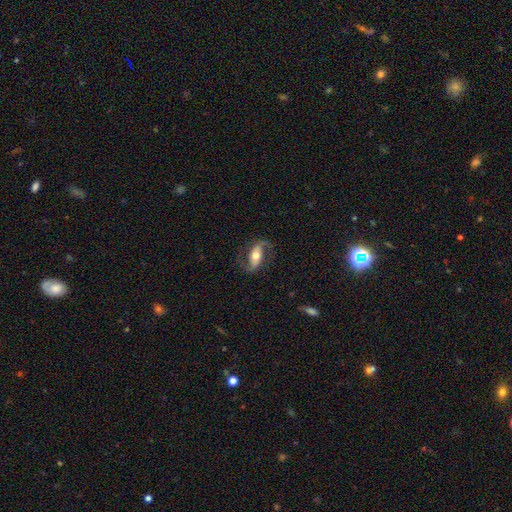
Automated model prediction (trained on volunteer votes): A featured or disk galaxy (79%) with a strong bar (39%), 2 (92%) loose (50%) spiral arms (93%) and a moderate central bulge (68%). Merging: none (75%).